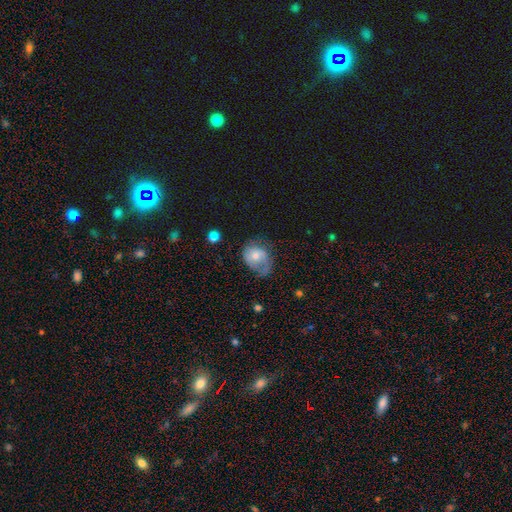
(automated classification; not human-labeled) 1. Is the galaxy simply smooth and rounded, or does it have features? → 47% featured or disk, 44% smooth, 8% star or artifact.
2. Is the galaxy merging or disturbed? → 39% none, 30% minor disturbance, 28% major disturbance, 2% merger.